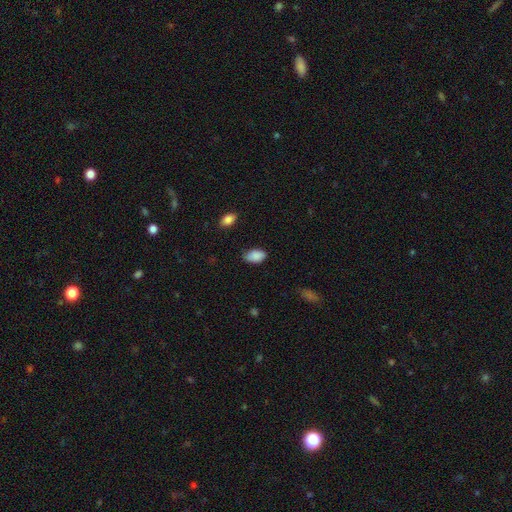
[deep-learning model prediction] A smooth galaxy with no disk features (88%) that is in between round and cigar-shaped (93%). Merging: none (76%).